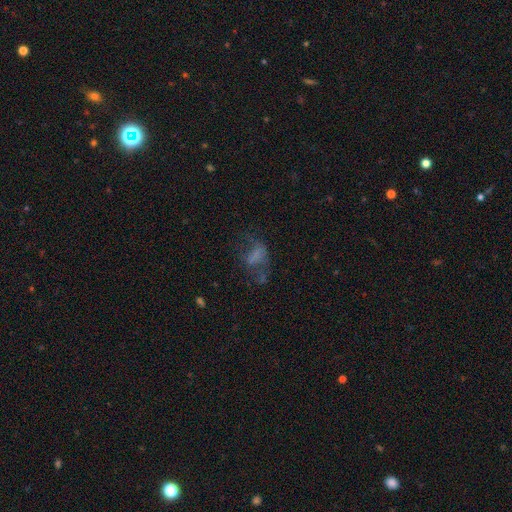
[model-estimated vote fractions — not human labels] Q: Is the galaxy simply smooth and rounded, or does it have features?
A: smooth — 45%.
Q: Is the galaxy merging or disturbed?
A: major disturbance — 40%.